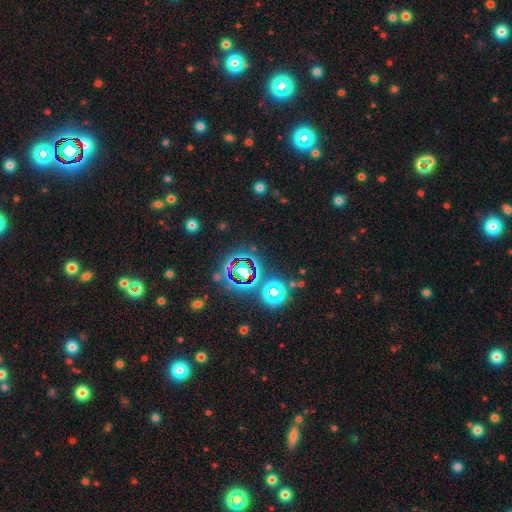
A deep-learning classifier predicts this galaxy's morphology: This is likely a star or artifact rather than a galaxy (63%).